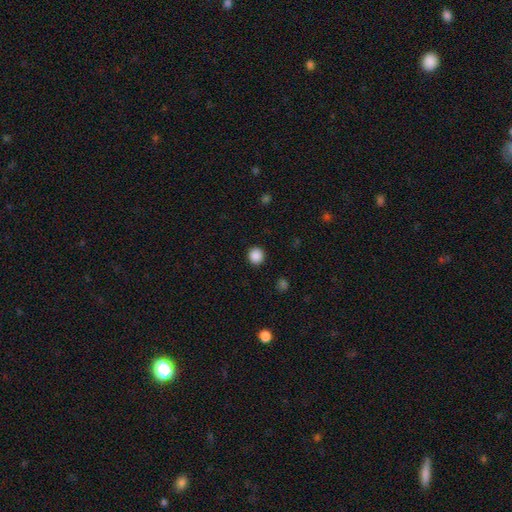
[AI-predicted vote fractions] smooth_or_featured: smooth (p=0.88) [alt: star or artifact p=0.10]
how_rounded: round (p=0.93) [alt: in between p=0.06]
merging: none (p=0.92) [alt: minor disturbance p=0.05]